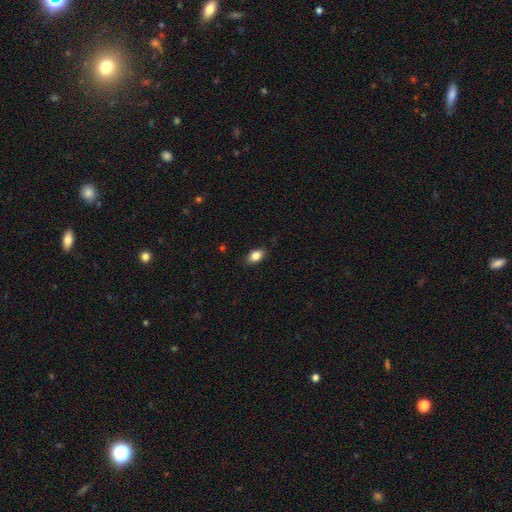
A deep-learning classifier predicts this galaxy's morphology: smooth_or_featured: smooth (p=0.84) [alt: featured or disk p=0.08]
how_rounded: in between (p=0.83) [alt: round p=0.13]
merging: none (p=0.82) [alt: minor disturbance p=0.14]